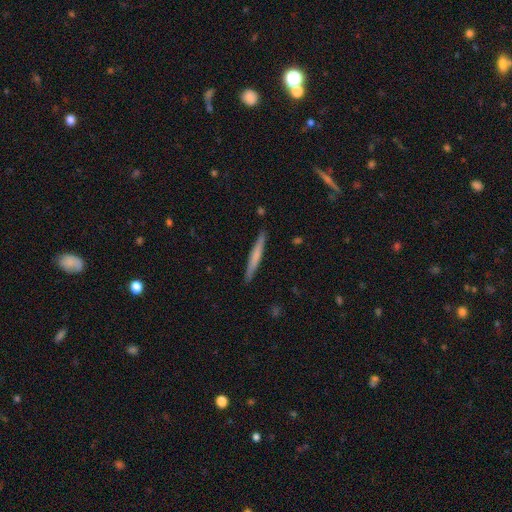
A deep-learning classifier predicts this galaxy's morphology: Overall: smooth (57%; featured or disk 37%). How rounded: cigar-shaped (96%). Merging: none (91%).